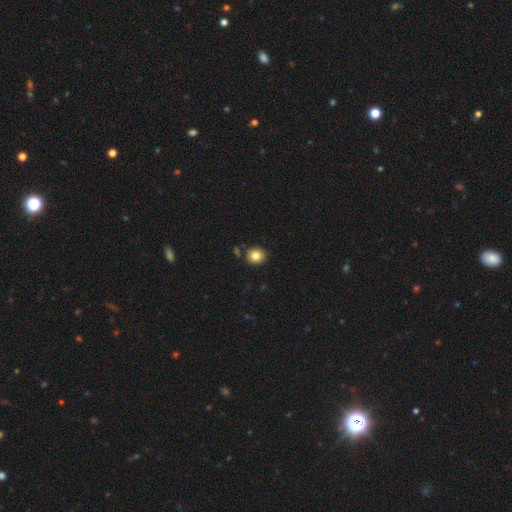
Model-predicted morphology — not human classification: Overall: smooth (83%). How rounded: round (76%). Merging: none (85%).